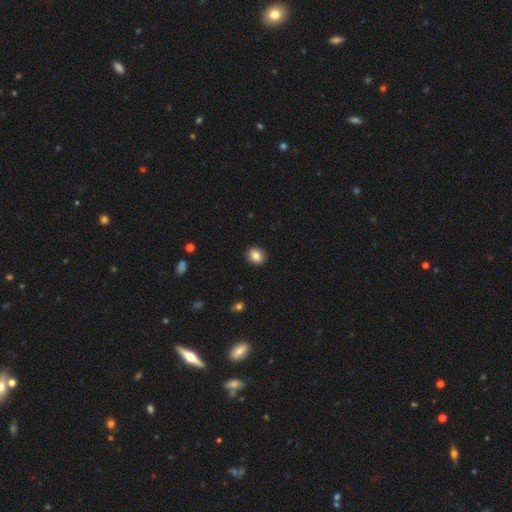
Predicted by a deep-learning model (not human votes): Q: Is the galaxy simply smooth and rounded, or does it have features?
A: smooth — 85%.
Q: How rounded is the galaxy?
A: round — 65%.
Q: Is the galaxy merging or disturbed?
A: none — 91%.